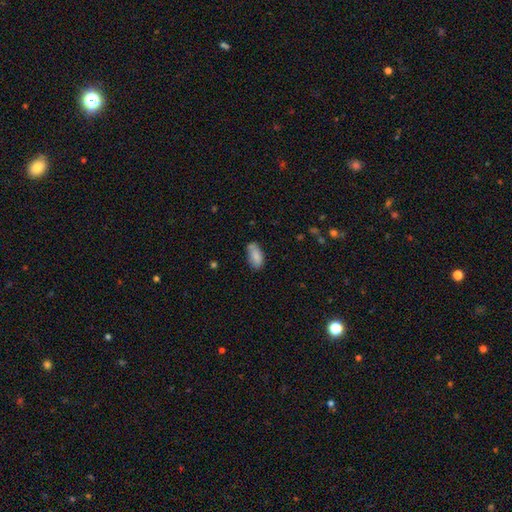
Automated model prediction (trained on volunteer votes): Morphology: type=smooth (84%); roundness=in between (91%); merging=none (63%).